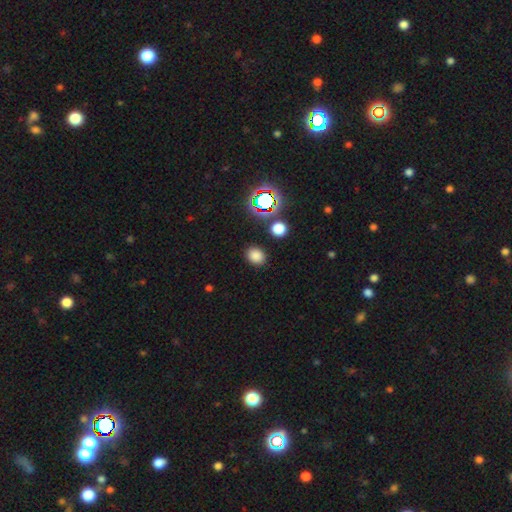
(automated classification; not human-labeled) Morphology: type=smooth (79%); roundness=round (53%); merging=none (87%).